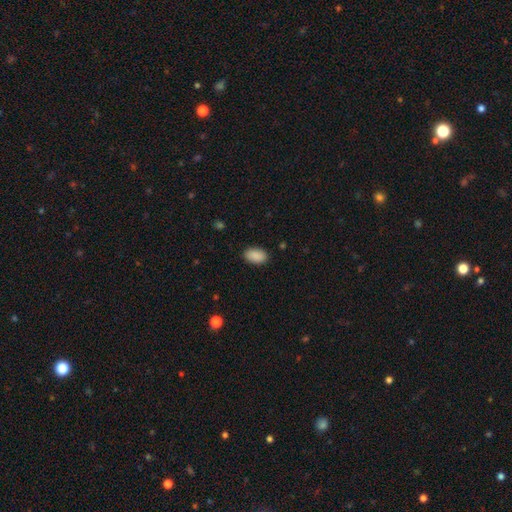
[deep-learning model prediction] A smooth galaxy with no disk features (90%) that is in between round and cigar-shaped (93%). Merging: none (88%).